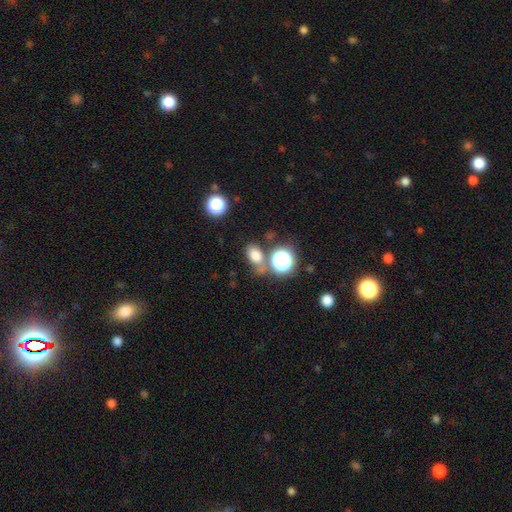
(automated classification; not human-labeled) This appears to be a smooth galaxy with no disk features (74%) that is in between round and cigar-shaped (71%). Merging: none (61%).